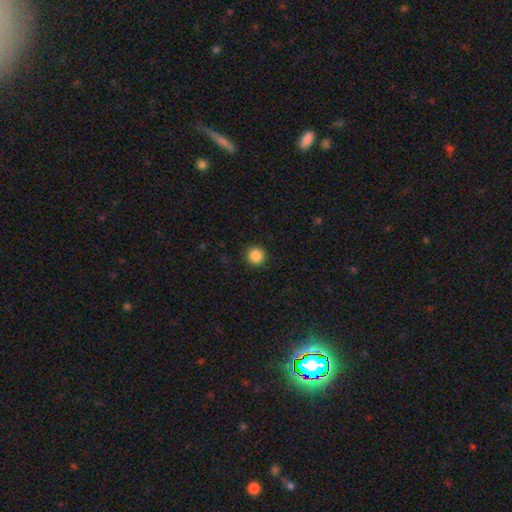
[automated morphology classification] Smooth or featured? smooth (87%)
How rounded? round (96%)
Merging? none (92%)